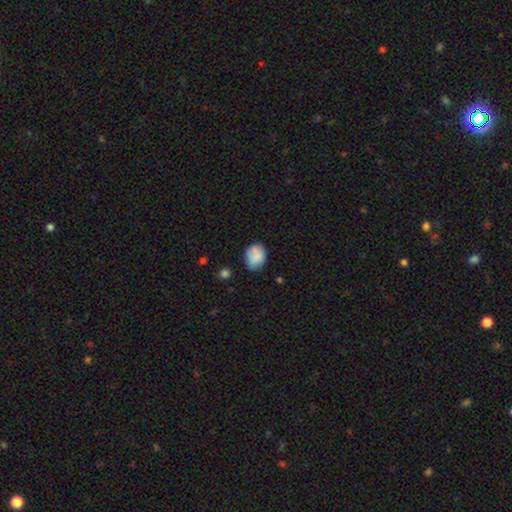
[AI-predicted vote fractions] Morphology: type=smooth (81%); roundness=in between (57%); merging=none (60%).